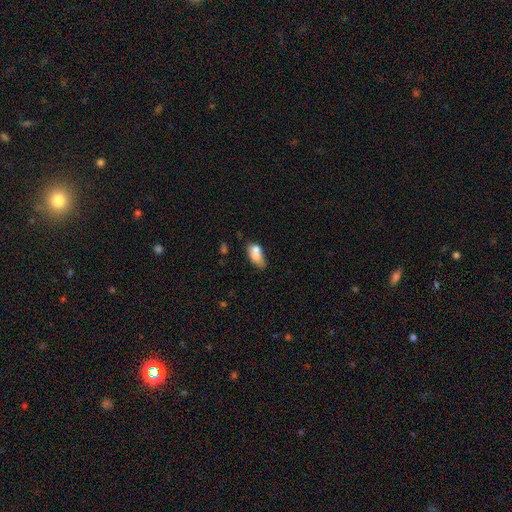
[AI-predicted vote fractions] Smooth or featured? Predicted: smooth (p=0.71). How rounded? Predicted: in between (p=0.84). Merging? Predicted: merger (p=0.40).